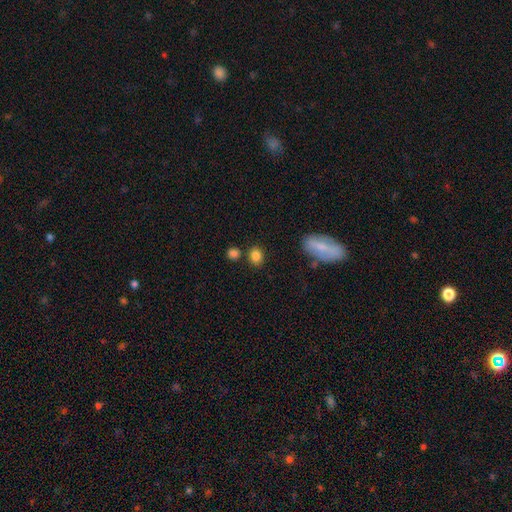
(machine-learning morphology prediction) smooth-or-featured: smooth: 85% | star or artifact: 10% | featured or disk: 5%
  how-rounded: round: 55% | in between: 43% | cigar-shaped: 1%
  merging: none: 76% | minor disturbance: 11% | merger: 10% | major disturbance: 4%